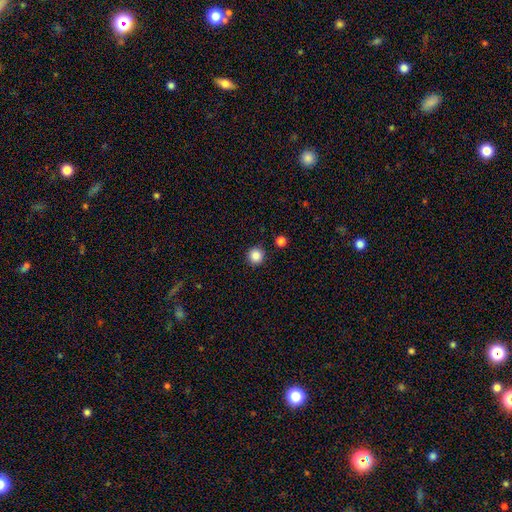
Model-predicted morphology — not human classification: type=smooth (86%); roundness=round (96%); merging=none (91%).